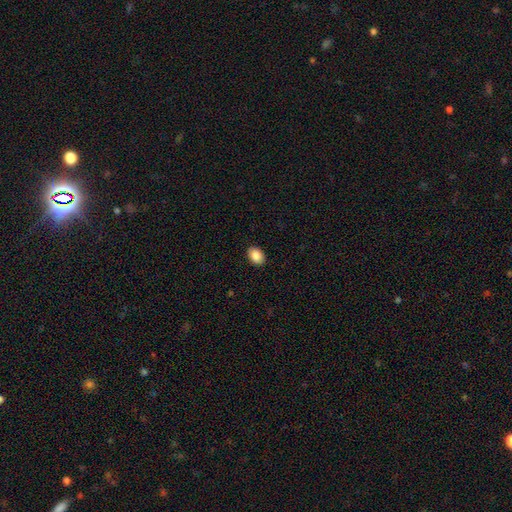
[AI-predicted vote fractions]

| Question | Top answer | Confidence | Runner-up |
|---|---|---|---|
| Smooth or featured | smooth | 89% | star or artifact (8%) |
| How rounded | in between | 77% | round (22%) |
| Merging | none | 90% | minor disturbance (7%) |